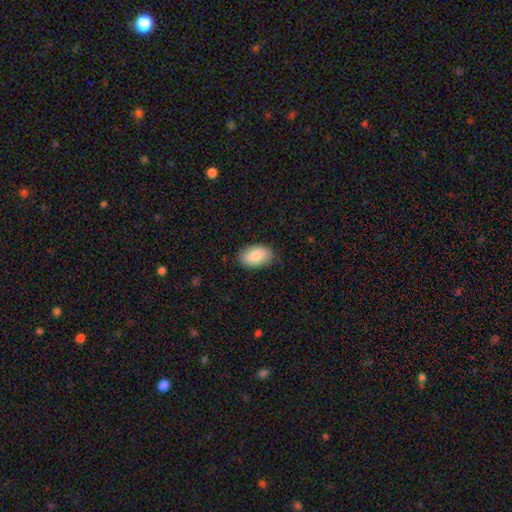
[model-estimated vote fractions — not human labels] smooth-or-featured: smooth: 86% | featured or disk: 8% | star or artifact: 6%
  how-rounded: in between: 93% | round: 6% | cigar-shaped: 1%
  merging: none: 84% | minor disturbance: 12% | major disturbance: 2% | merger: 1%